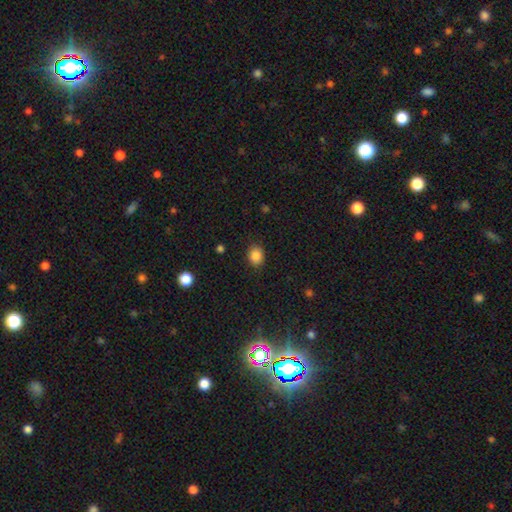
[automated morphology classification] Smooth or featured? Predicted: smooth (p=0.87). How rounded? Predicted: round (p=0.57). Merging? Predicted: none (p=0.87).